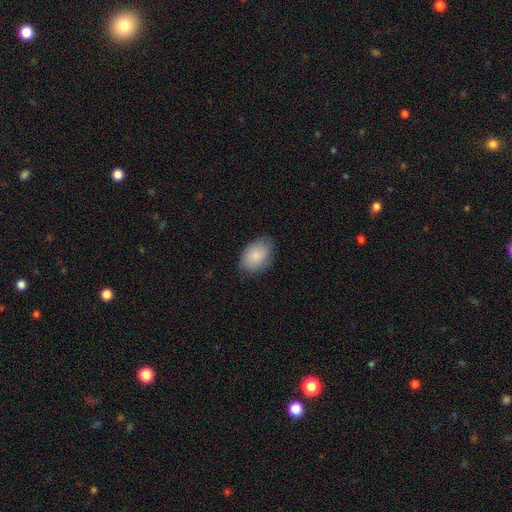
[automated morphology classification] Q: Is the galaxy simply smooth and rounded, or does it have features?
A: smooth — 86%.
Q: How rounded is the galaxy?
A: in between — 85%.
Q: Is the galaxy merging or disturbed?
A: none — 79%.